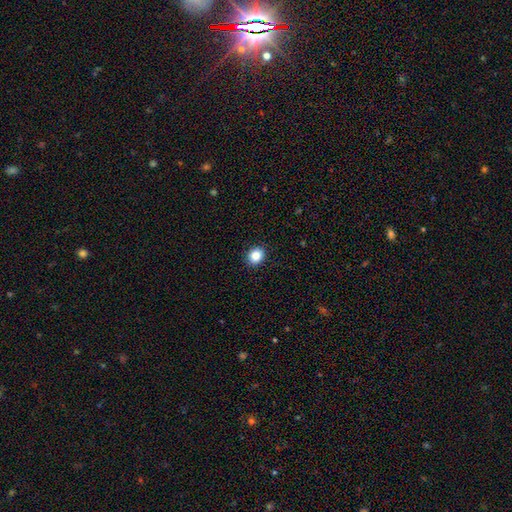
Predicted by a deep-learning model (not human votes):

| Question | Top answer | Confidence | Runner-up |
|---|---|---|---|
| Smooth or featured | smooth | 85% | star or artifact (10%) |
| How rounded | round | 65% | in between (34%) |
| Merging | none | 91% | minor disturbance (6%) |